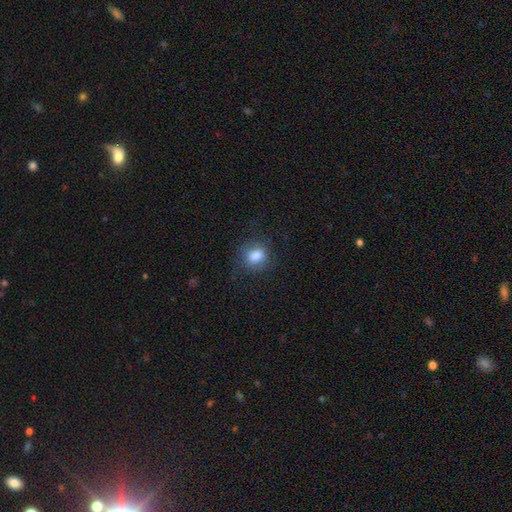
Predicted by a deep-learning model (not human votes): Smooth or featured: smooth — 81% (star or artifact — 11%)
How rounded: round — 56% (in between — 42%)
Merging: none — 74% (minor disturbance — 17%)